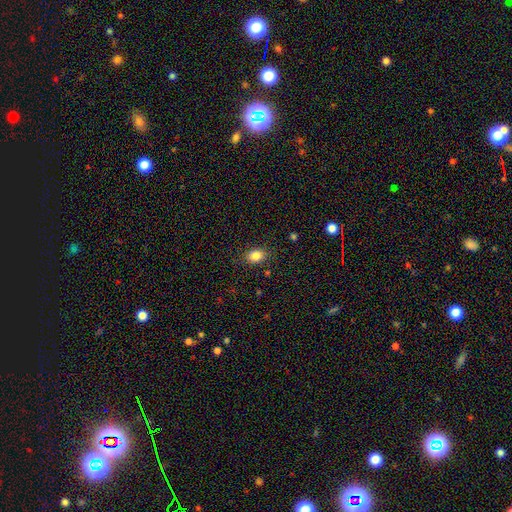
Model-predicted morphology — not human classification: smooth 84%, star or artifact 10%, featured or disk 6%. Down the decision tree: how rounded — in between (62%); merging — none (85%).